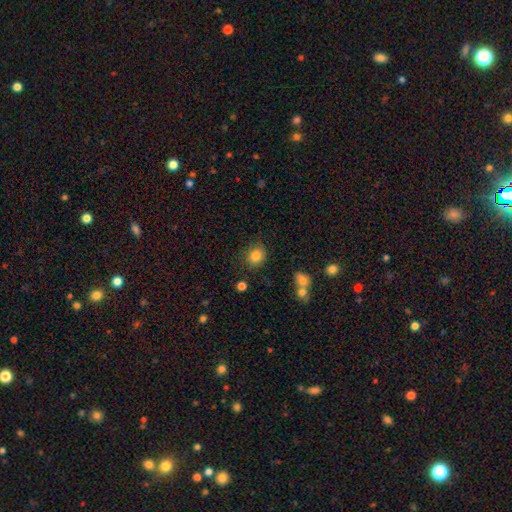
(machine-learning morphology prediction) This appears to be a smooth galaxy with no disk features (84%) that is round (65%). Merging: none (79%).